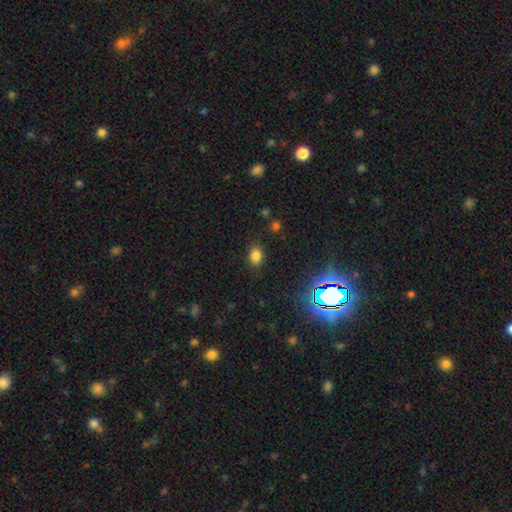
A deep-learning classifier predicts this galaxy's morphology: This appears to be a smooth galaxy with no disk features (77%) that is in between round and cigar-shaped (65%). Merging: none (84%).